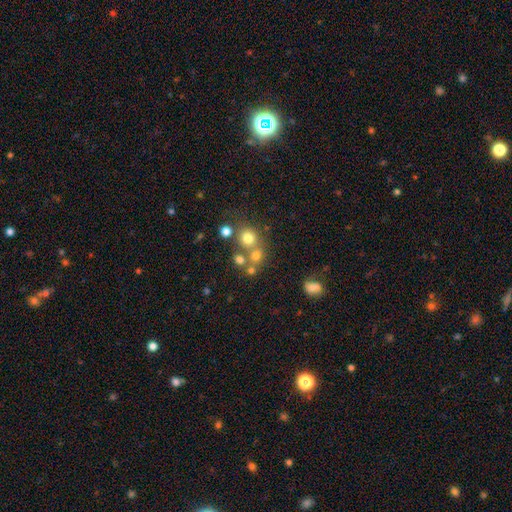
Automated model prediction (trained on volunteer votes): Smooth or featured? smooth (68%)
How rounded? round (84%)
Merging? none (56%)